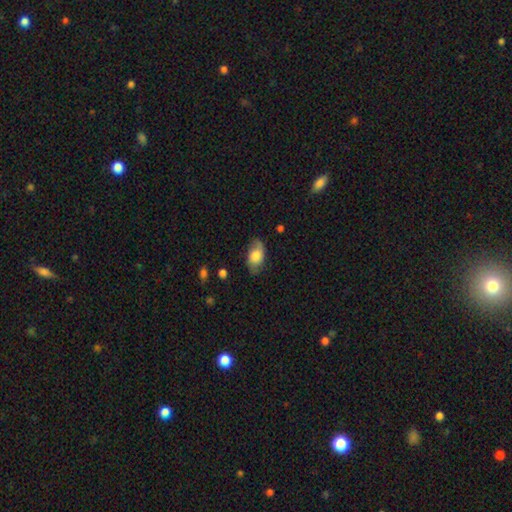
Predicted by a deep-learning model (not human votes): Smooth or featured? smooth (62%)
How rounded? in between (90%)
Merging? none (72%)